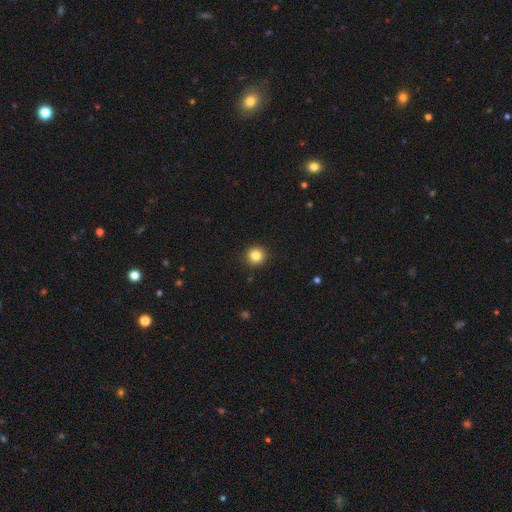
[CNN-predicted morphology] Smooth or featured?
  - smooth: 83% *
  - star or artifact: 11%
  - featured or disk: 5%
How rounded?
  - round: 95% *
  - in between: 4%
  - cigar-shaped: 1%
Merging?
  - none: 93% *
  - minor disturbance: 5%
  - major disturbance: 2%
  - merger: 1%